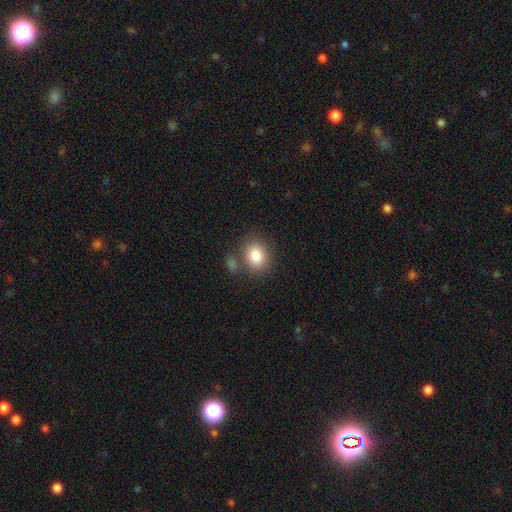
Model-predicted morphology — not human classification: Smooth or featured?
  - smooth: 84% *
  - star or artifact: 9%
  - featured or disk: 7%
How rounded?
  - round: 58% *
  - in between: 41%
  - cigar-shaped: 1%
Merging?
  - none: 71% *
  - minor disturbance: 12%
  - merger: 12%
  - major disturbance: 5%